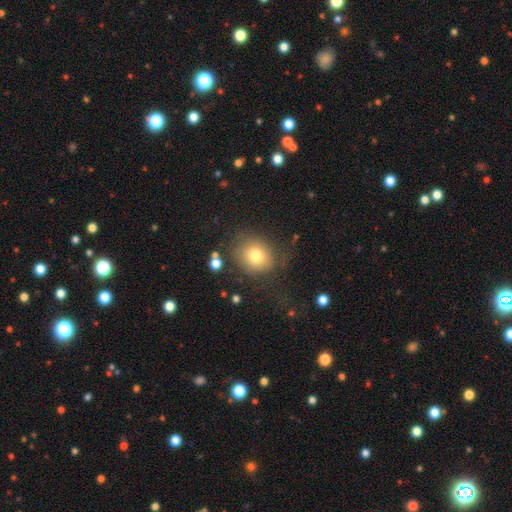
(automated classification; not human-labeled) This appears to be a smooth galaxy with no disk features (75%) that is round (69%). Merging: none (66%).